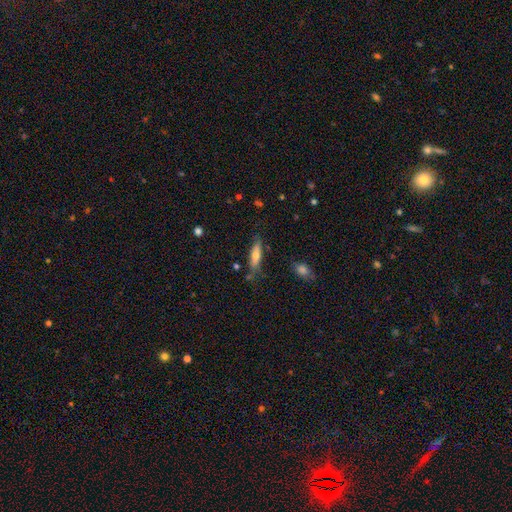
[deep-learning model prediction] smooth_or_featured: smooth (p=0.67) [alt: featured or disk p=0.26]
how_rounded: cigar-shaped (p=0.63) [alt: in between p=0.35]
merging: none (p=0.72) [alt: minor disturbance p=0.18]